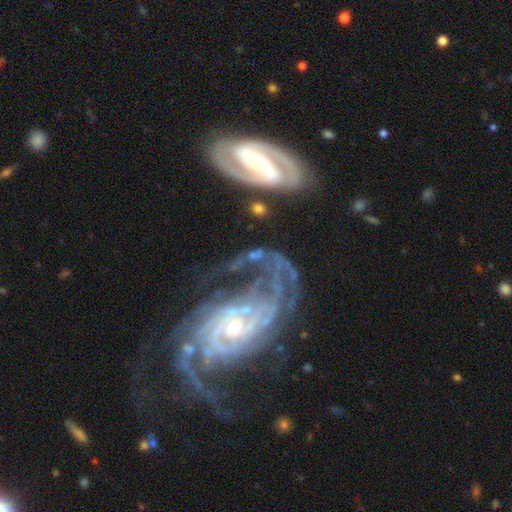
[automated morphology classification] The model was most divided on "merging": none: 30%, merger: 29%, major disturbance: 25%, minor disturbance: 16%. Remaining: edge-on disk — no (94%); spiral arms — yes (91%); smooth or featured — featured or disk (80%); bulge size — small (54%); bar — no (47%); spiral winding — tight (44%); spiral arm count — 2 (43%).